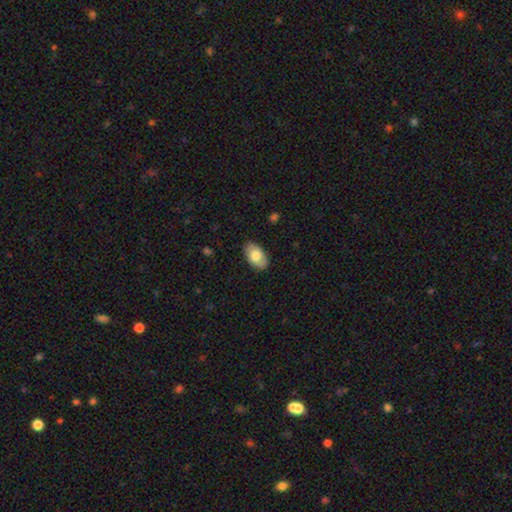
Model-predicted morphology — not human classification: This appears to be a smooth galaxy with no disk features (76%) that is in between round and cigar-shaped (94%). Merging: none (86%).